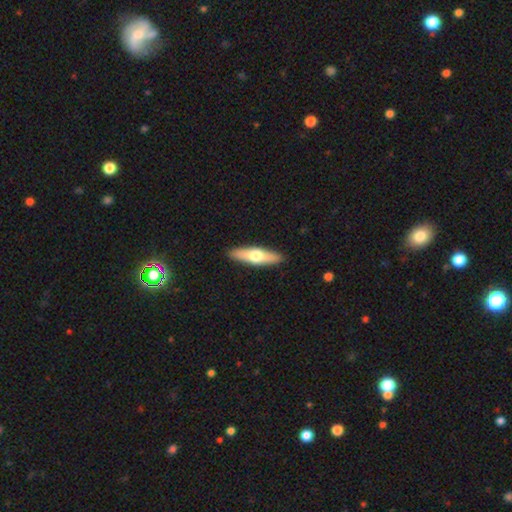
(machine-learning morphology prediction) smooth-or-featured: smooth: 53% | featured or disk: 42% | star or artifact: 5%
  how-rounded: cigar-shaped: 64% | in between: 34% | round: 2%
  merging: none: 91% | minor disturbance: 7% | major disturbance: 1% | merger: 1%